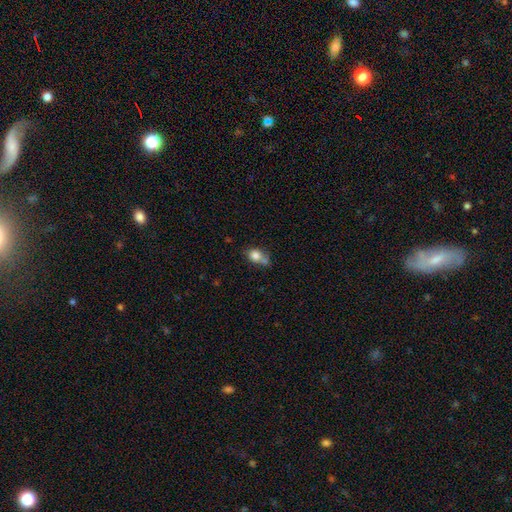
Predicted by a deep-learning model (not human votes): This appears to be a smooth galaxy with no disk features (79%) that is in between round and cigar-shaped (52%). Merging: none (42%).